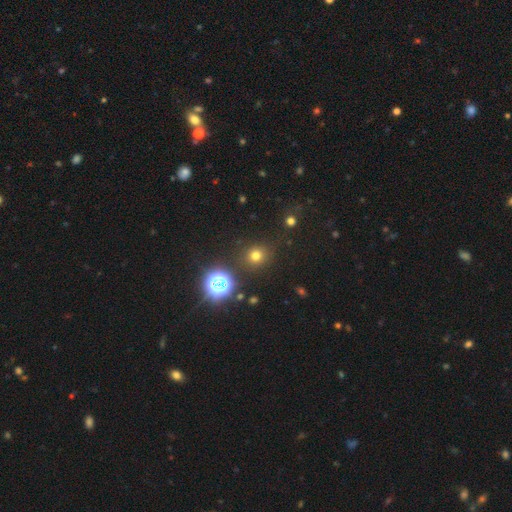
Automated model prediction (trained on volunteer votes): The model was most divided on "smooth or featured": smooth: 69%, star or artifact: 25%, featured or disk: 6%. More confident: how rounded — round (91%); merging — none (88%).